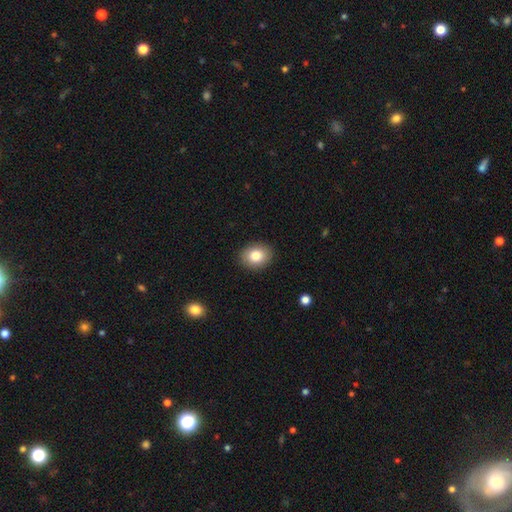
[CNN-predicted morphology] A smooth galaxy with no disk features (83%) that is round (50%). Merging: none (91%).